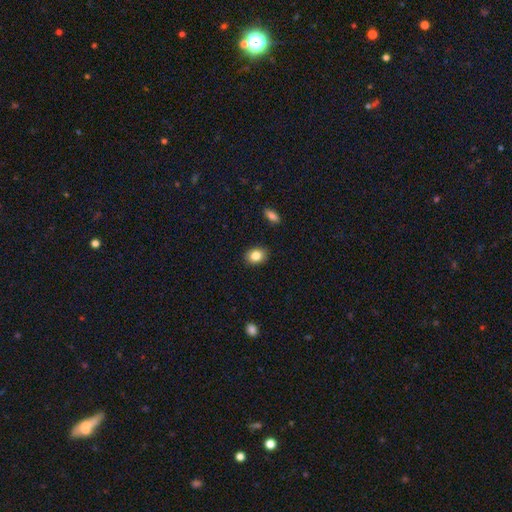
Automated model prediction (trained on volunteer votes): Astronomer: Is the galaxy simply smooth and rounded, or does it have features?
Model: smooth — 83%.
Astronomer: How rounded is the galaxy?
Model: in between — 56% (runner-up: round, 43%).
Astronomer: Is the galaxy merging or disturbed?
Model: none — 89%.